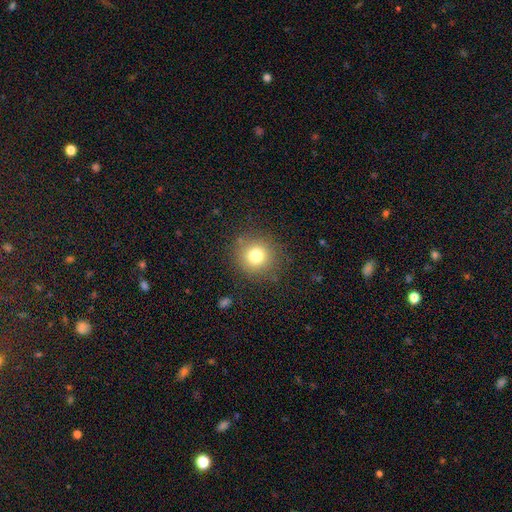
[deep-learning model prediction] A smooth galaxy with no disk features (77%) that is round (93%). Merging: none (86%).